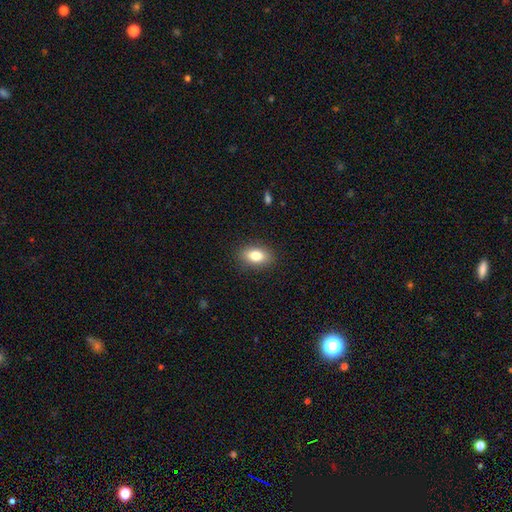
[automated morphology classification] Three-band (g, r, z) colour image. It shows a smooth galaxy with no disk features (82%) that is in between round and cigar-shaped (87%). Merging: none (88%).